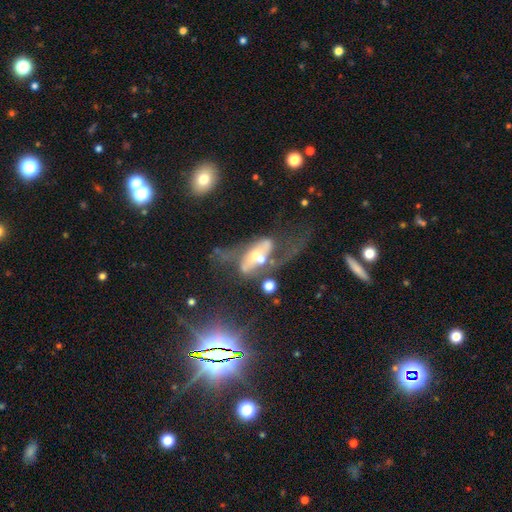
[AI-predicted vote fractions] smooth-or-featured: featured or disk: 72% | smooth: 15% | star or artifact: 14%
  disk-edge-on: no: 90% | yes: 10%
    bar: no: 53% | weak: 29% | strong: 18%
    has-spiral-arms: yes: 72% | no: 28%
    bulge-size: moderate: 52% | small: 34% | large: 8% | none: 4% | dominant: 2%
  merging: major disturbance: 31% (tied) | merger: 31% (tied) | none: 25% | minor disturbance: 13%